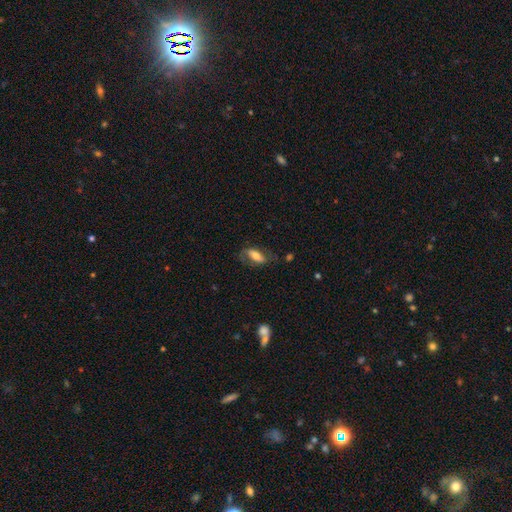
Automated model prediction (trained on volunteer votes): Morphology: type=smooth (55%); roundness=in between (79%); merging=none (60%).